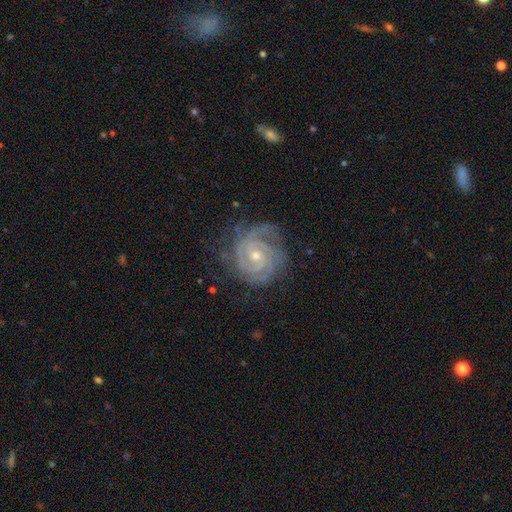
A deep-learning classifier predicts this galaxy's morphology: A featured or disk galaxy (91%) with no bar (62%), 2 (36%) tight (78%) spiral arms (98%) and a small central bulge (53%). Merging: none (72%).